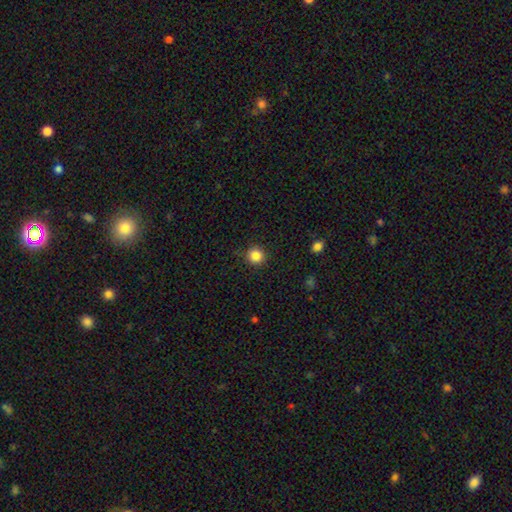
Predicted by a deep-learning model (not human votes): smooth-or-featured: smooth: 86% | star or artifact: 10% | featured or disk: 4%
  how-rounded: round: 94% | in between: 5% | cigar-shaped: 1%
  merging: none: 89% | minor disturbance: 7% | major disturbance: 2% | merger: 1%